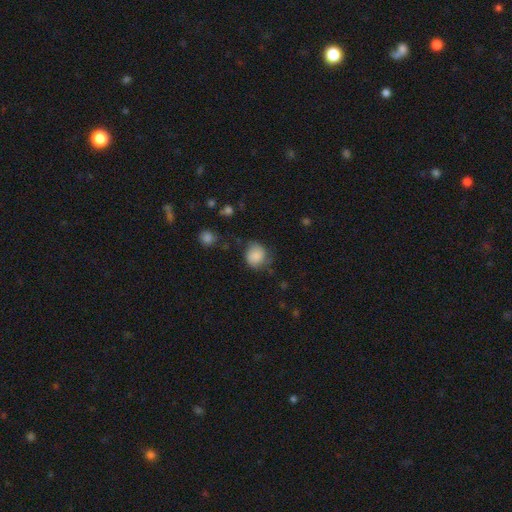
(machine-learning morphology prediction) Smooth or featured? Predicted: smooth (p=0.82). How rounded? Predicted: round (p=0.78). Merging? Predicted: none (p=0.62).